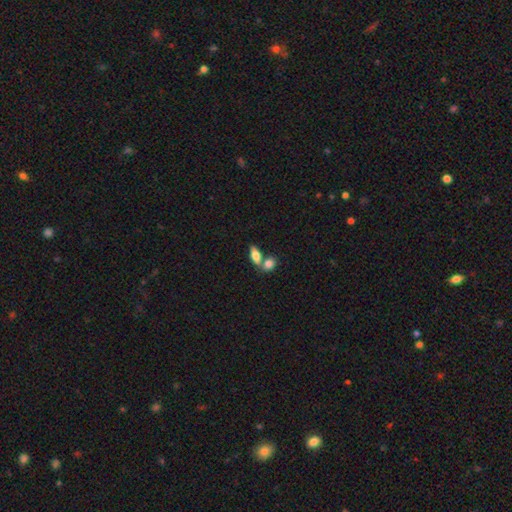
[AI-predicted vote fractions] Morphology: type=smooth (75%); roundness=in between (81%); merging=merger (45%).